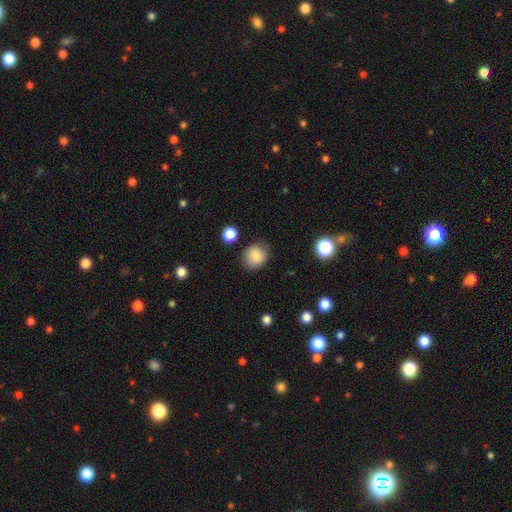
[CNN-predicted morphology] Smooth or featured? Predicted: smooth (p=0.83). How rounded? Predicted: round (p=0.76). Merging? Predicted: none (p=0.80).